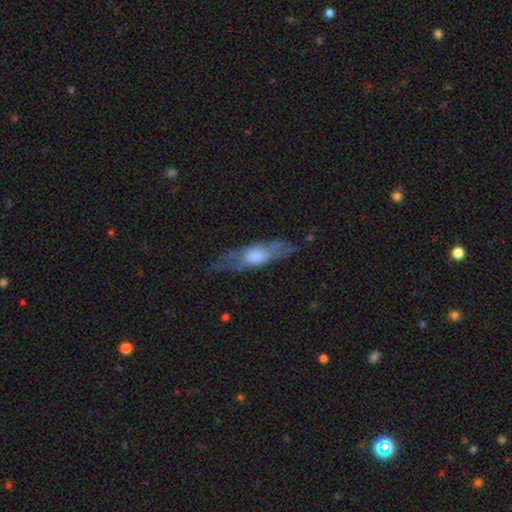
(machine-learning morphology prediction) smooth-or-featured: featured or disk: 55% | smooth: 38% | star or artifact: 7%
  disk-edge-on: yes: 60% | no: 40%
  merging: none: 66% | minor disturbance: 23% | major disturbance: 10% | merger: 2%